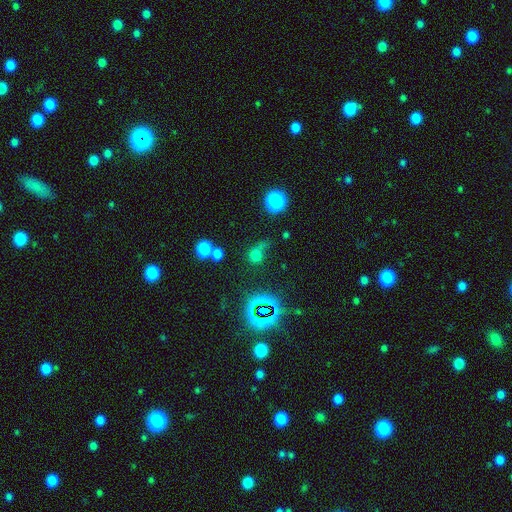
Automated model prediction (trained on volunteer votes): This appears to be a smooth galaxy with no disk features (60%) that is round (73%). Merging: none (43%).